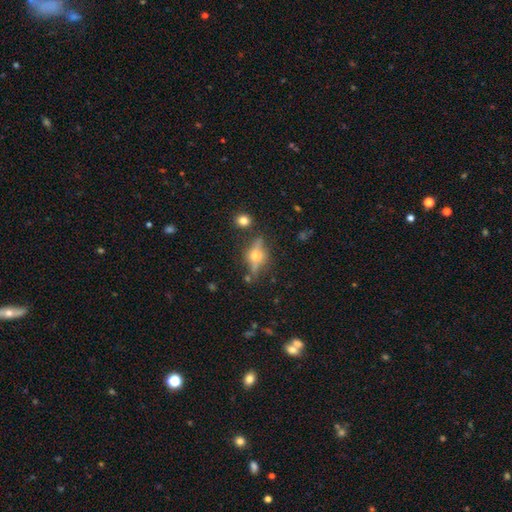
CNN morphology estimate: type=featured or disk (61%); edge-on=yes (88%); edge-on bulge=rounded (96%); merging=none (78%).